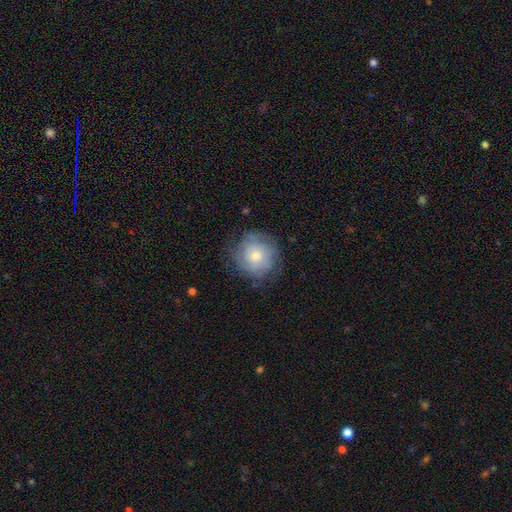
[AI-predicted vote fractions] smooth_or_featured: smooth (p=0.49) [alt: featured or disk p=0.43]
merging: none (p=0.71) [alt: minor disturbance p=0.20]